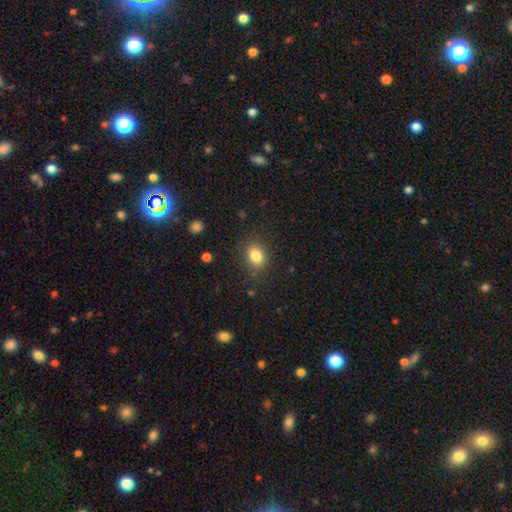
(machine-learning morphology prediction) A smooth galaxy with no disk features (83%) that is round (50%). Merging: none (84%).